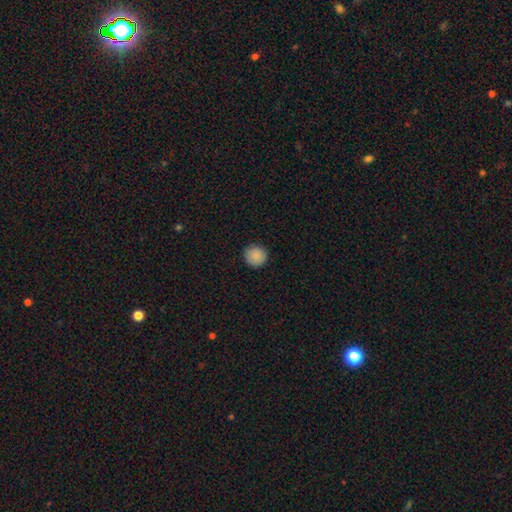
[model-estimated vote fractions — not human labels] Morphology: type=smooth (89%); roundness=round (94%); merging=none (91%).